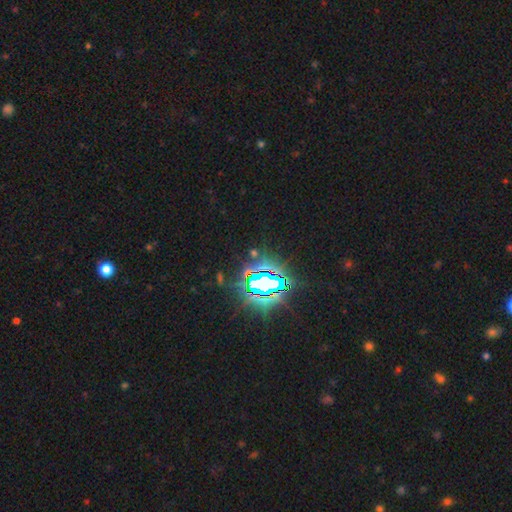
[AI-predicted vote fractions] Morphology: type=star or artifact (81%).